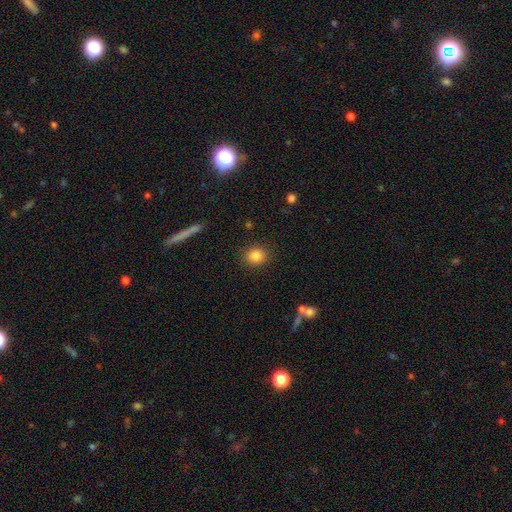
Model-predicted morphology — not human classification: Smooth or featured? Predicted: smooth (p=0.85). How rounded? Predicted: round (p=0.74). Merging? Predicted: none (p=0.88).